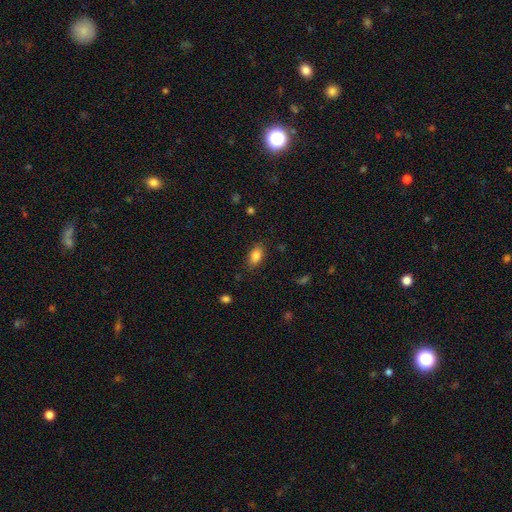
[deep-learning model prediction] A smooth galaxy with no disk features (84%) that is in between round and cigar-shaped (89%).

Vote fractions:
- Smooth or featured? smooth: 84% / star or artifact: 8% / featured or disk: 8%
- How rounded? in between: 89% / round: 6% / cigar-shaped: 5%
- Merging? none: 84% / minor disturbance: 11% / major disturbance: 3% / merger: 1%